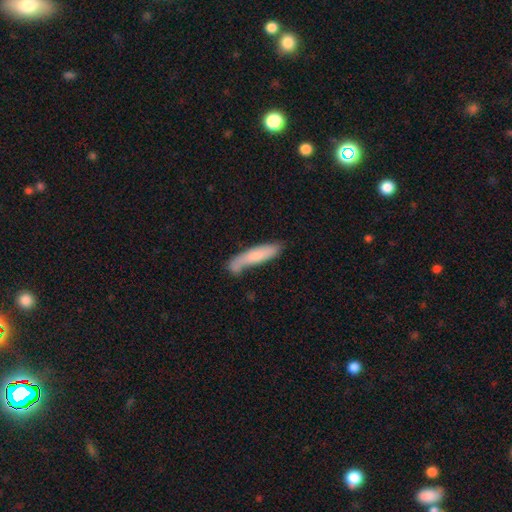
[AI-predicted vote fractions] Overall: smooth (72%). How rounded: cigar-shaped (80%). Merging: none (55%; minor disturbance 25%).